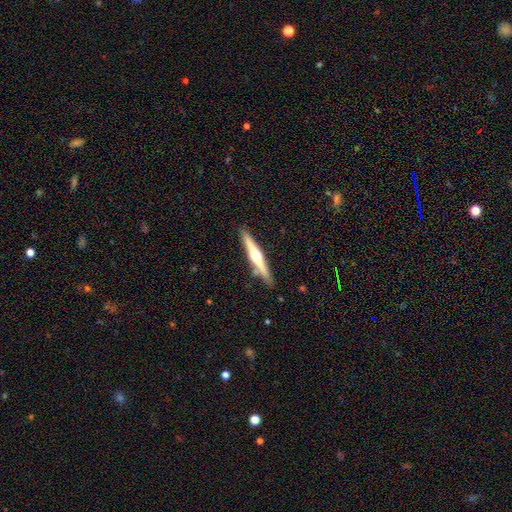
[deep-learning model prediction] Smooth or featured? featured or disk (69%)
Edge-on disk? yes (98%)
Edge-on bulge? rounded (92%)
Merging? none (86%)